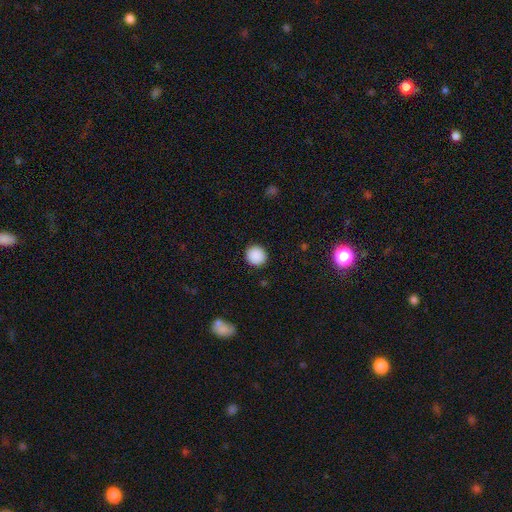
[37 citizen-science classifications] This appears to be a smooth galaxy with no disk features (95%) that is round (94%). Merging: none (91%).